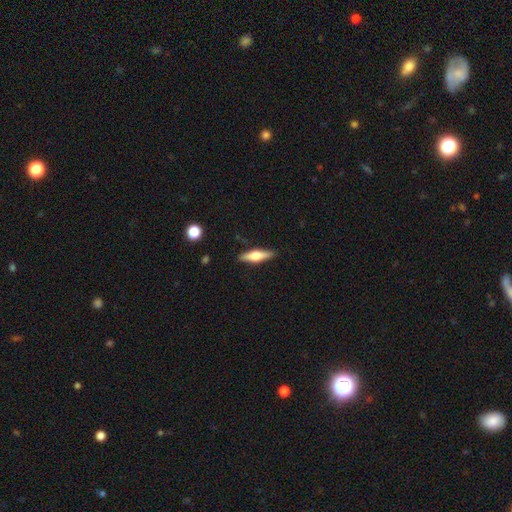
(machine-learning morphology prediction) A smooth galaxy with no disk features (47%). Merging: none (88%).